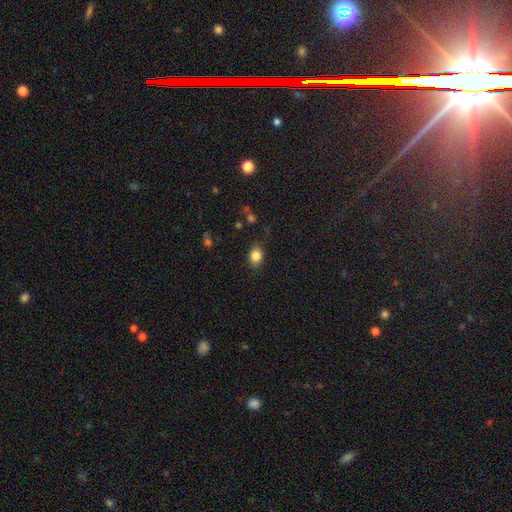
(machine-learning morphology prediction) Smooth or featured? Predicted: smooth (p=0.84). How rounded? Predicted: in between (p=0.55). Merging? Predicted: none (p=0.80).